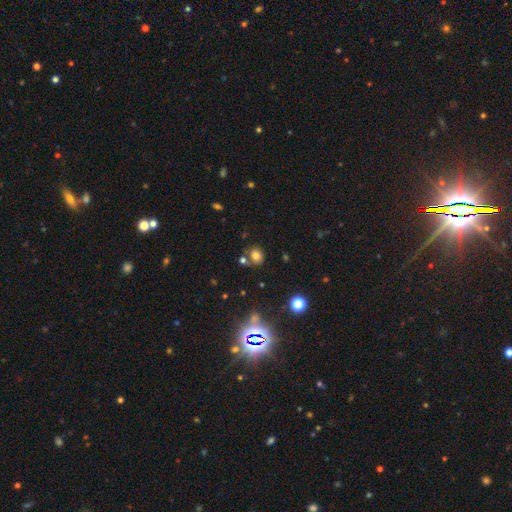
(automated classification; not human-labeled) This appears to be a smooth galaxy with no disk features (74%) that is round (65%). Merging: none (68%).